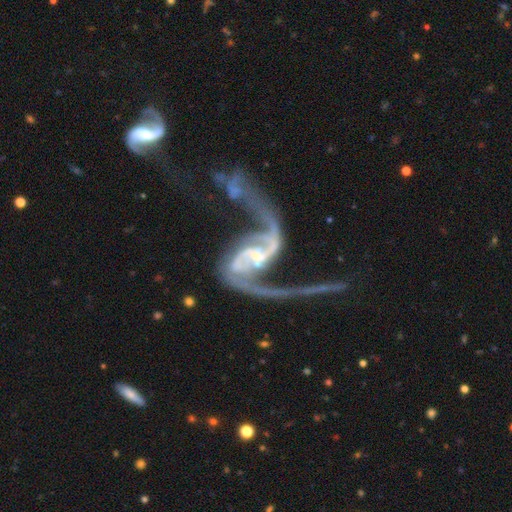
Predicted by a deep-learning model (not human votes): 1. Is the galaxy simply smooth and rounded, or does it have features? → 93% featured or disk, 4% star or artifact, 3% smooth.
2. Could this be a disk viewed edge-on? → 98% no, 2% yes.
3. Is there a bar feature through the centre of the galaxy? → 43% weak, 33% no, 24% strong.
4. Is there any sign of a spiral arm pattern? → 97% yes, 3% no.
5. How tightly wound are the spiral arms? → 78% loose, 17% medium, 5% tight.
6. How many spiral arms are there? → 92% 2, 2% 1, 2% can't tell, 2% 3, 1% 4, 1% more than 4.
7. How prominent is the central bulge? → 53% small, 21% moderate, 21% none, 4% large, 2% dominant.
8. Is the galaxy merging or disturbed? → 33% none (tied), 33% major disturbance (tied), 20% merger, 14% minor disturbance.